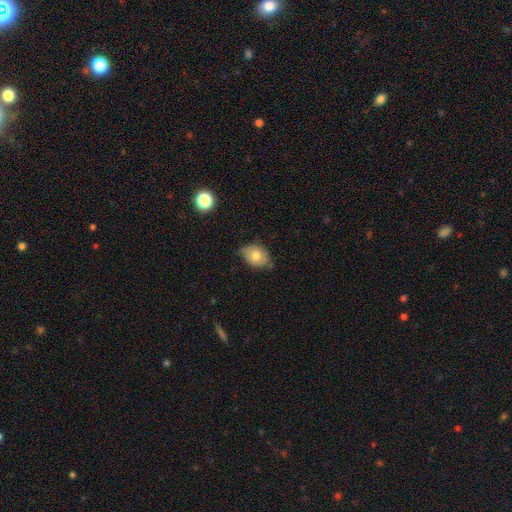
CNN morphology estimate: Smooth or featured? Predicted: smooth (p=0.75). How rounded? Predicted: in between (p=0.67). Merging? Predicted: none (p=0.66).